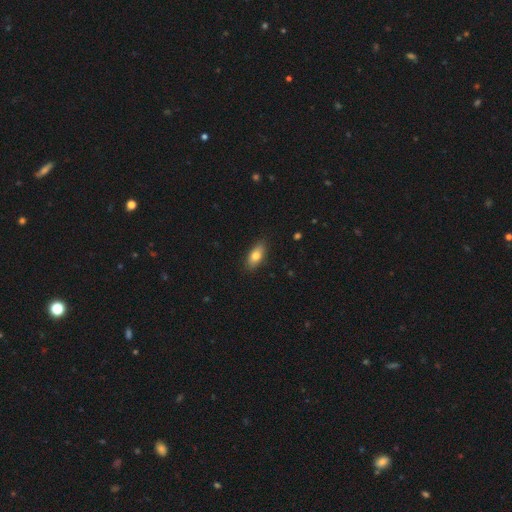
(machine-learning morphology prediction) Q: Smooth or featured?
A: smooth (77%); runner-up: featured or disk (16%)
Q: How rounded?
A: in between (85%); runner-up: cigar-shaped (11%)
Q: Merging?
A: none (87%); runner-up: minor disturbance (10%)